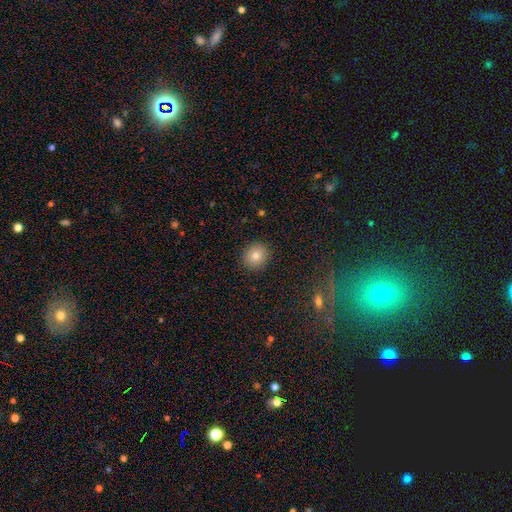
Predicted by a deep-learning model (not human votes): Smooth or featured? Predicted: smooth (p=0.81). How rounded? Predicted: round (p=0.85). Merging? Predicted: none (p=0.91).